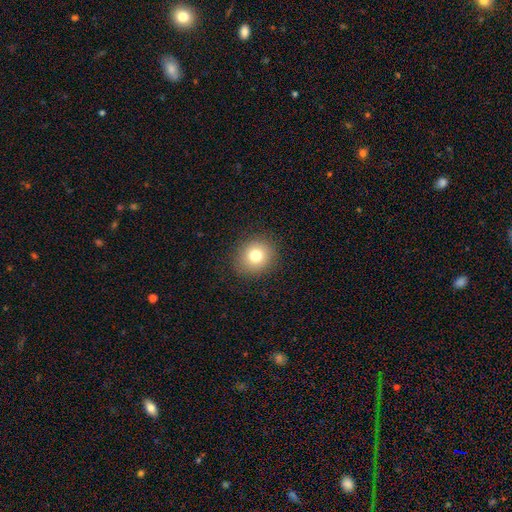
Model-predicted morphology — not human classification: Smooth or featured? Predicted: smooth (p=0.77). How rounded? Predicted: round (p=0.83). Merging? Predicted: none (p=0.89).